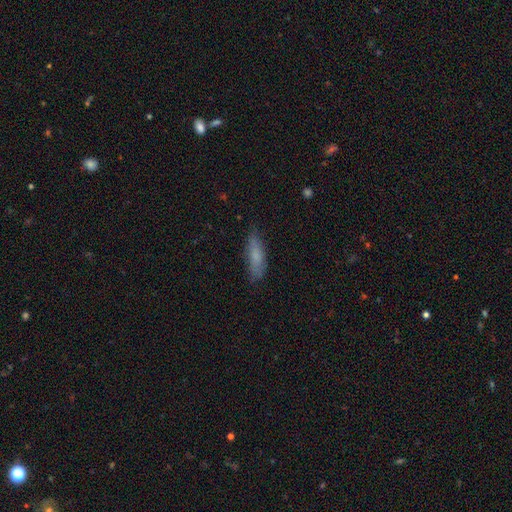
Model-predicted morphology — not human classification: smooth 75%, featured or disk 19%, star or artifact 7%. Down the decision tree: how rounded — cigar-shaped (53%); merging — none (76%).